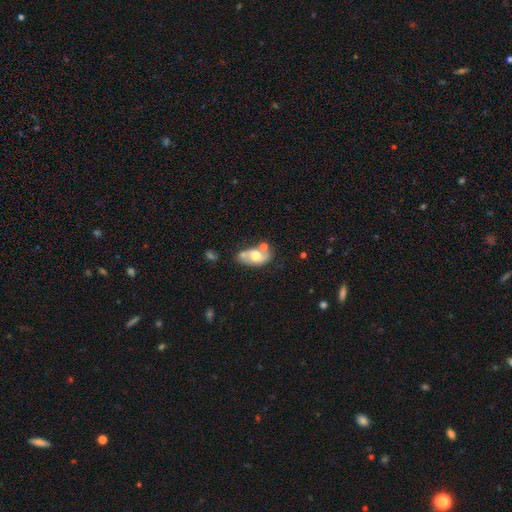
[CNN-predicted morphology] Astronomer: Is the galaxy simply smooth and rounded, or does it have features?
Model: smooth — 46%, tied with featured or disk at 46%.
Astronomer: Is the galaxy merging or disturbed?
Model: none — 51%.